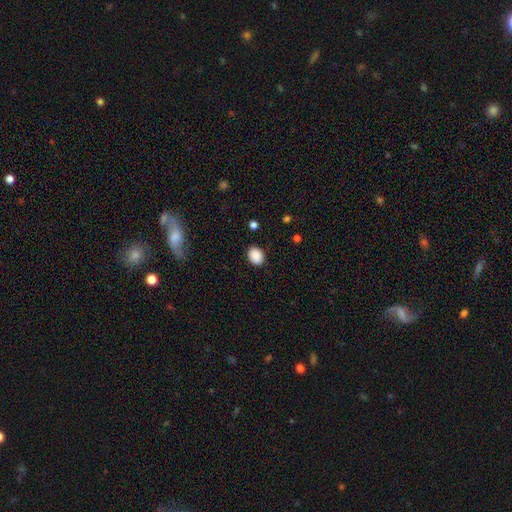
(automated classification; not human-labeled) A smooth galaxy with no disk features (88%) that is in between round and cigar-shaped (58%).

Vote fractions:
- Smooth or featured? smooth: 88% / star or artifact: 9% / featured or disk: 4%
- How rounded? in between: 58% / round: 41% / cigar-shaped: 1%
- Merging? none: 86% / minor disturbance: 10% / major disturbance: 3% / merger: 1%